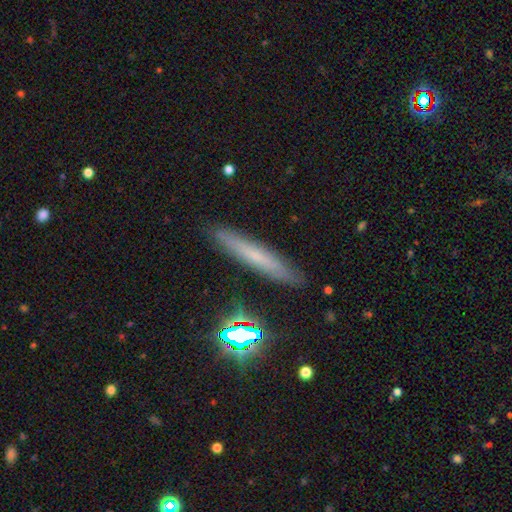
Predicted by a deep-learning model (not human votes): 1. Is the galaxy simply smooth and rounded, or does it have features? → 53% smooth, 35% featured or disk, 13% star or artifact.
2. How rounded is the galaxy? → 93% cigar-shaped, 5% in between, 2% round.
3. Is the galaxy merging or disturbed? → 88% none, 9% minor disturbance, 2% major disturbance, 2% merger.